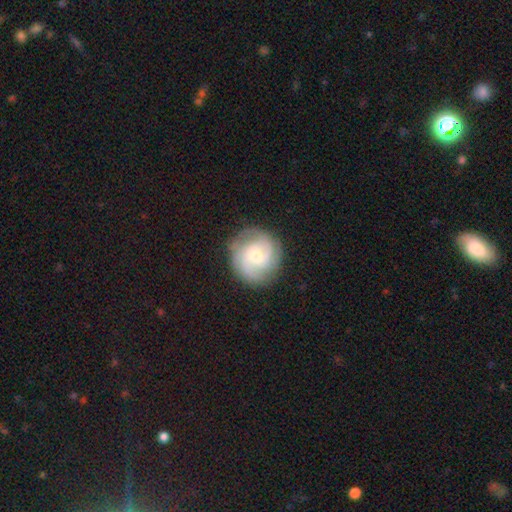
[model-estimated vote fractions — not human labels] This appears to be a featured or disk galaxy (79%) with no bar (52%), 3 (35%) tight (50%) spiral arms (96%) and a small central bulge (48%). Merging: none (82%).